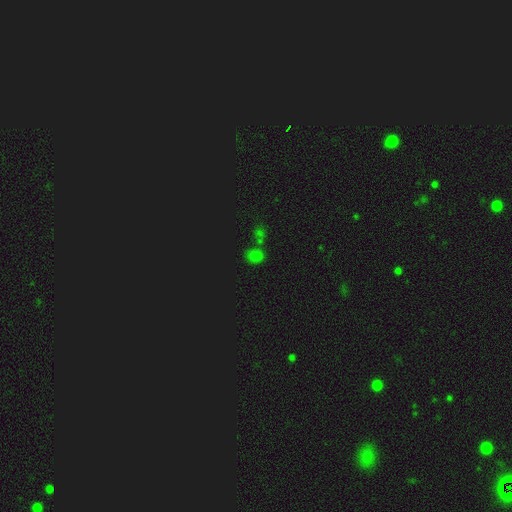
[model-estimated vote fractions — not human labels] A smooth galaxy with no disk features (52%) that is in between round and cigar-shaped (50%).

Vote fractions:
- Smooth or featured? smooth: 52% / star or artifact: 43% / featured or disk: 6%
- How rounded? in between: 50% / round: 47% / cigar-shaped: 3%
- Merging? none: 57% / merger: 26% / minor disturbance: 11% / major disturbance: 5%